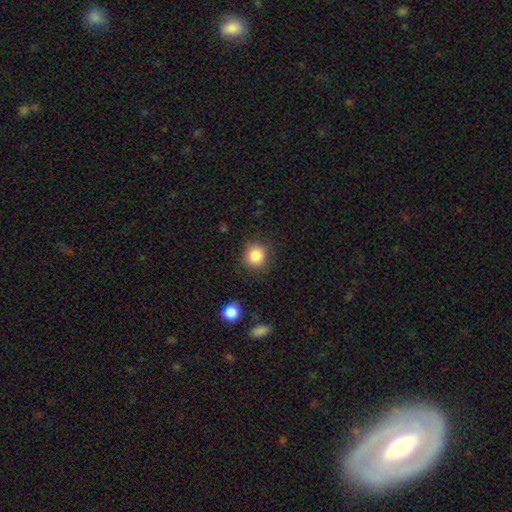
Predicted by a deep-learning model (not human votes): Morphology: type=smooth (85%); roundness=round (90%); merging=none (87%).